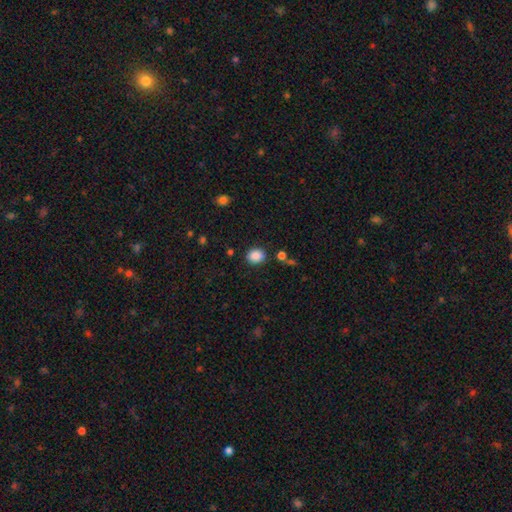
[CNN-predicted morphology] This appears to be a smooth galaxy with no disk features (87%) that is round (57%). Merging: none (85%).